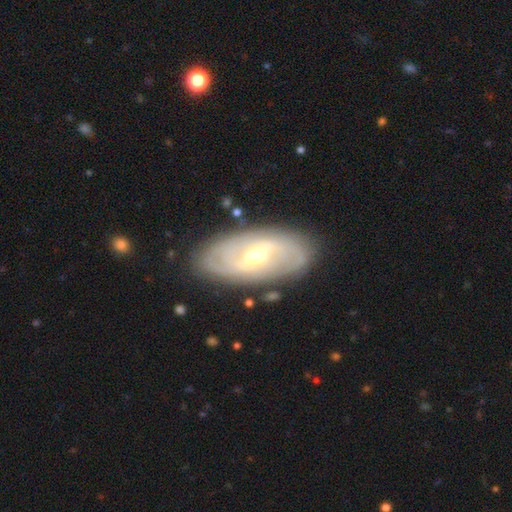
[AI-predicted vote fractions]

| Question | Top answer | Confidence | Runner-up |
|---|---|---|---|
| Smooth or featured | featured or disk | 78% | smooth (16%) |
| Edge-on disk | no | 92% | yes (8%) |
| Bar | weak | 51% | strong (27%) |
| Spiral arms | yes | 88% | no (12%) |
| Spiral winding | tight | 53% | medium (32%) |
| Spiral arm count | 2 | 44% | can't tell (34%) |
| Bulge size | moderate | 57% | small (38%) |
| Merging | none | 83% | minor disturbance (12%) |